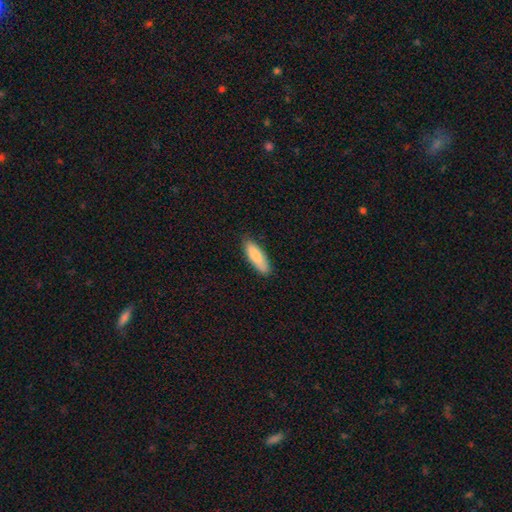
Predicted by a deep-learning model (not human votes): The model was most divided on "how rounded": in between: 52%, cigar-shaped: 47%, round: 1%. More confident: smooth or featured — smooth (86%); merging — none (84%).